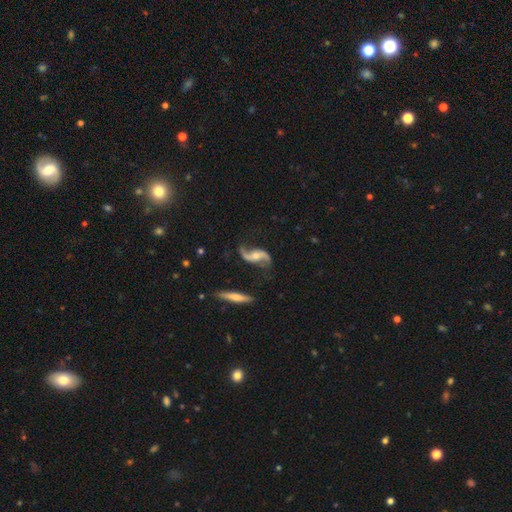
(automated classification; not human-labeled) smooth_or_featured: featured or disk (p=0.90) [alt: smooth p=0.05]
disk_edge_on: no (p=0.94) [alt: yes p=0.06]
bar: no (p=0.54) [alt: weak p=0.32]
has_spiral_arms: yes (p=0.97) [alt: no p=0.03]
spiral_winding: loose (p=0.88) [alt: medium p=0.09]
spiral_arm_count: 2 (p=0.94) [alt: 1 p=0.02]
bulge_size: moderate (p=0.45) [alt: small p=0.41]
merging: none (p=0.76) [alt: minor disturbance p=0.14]